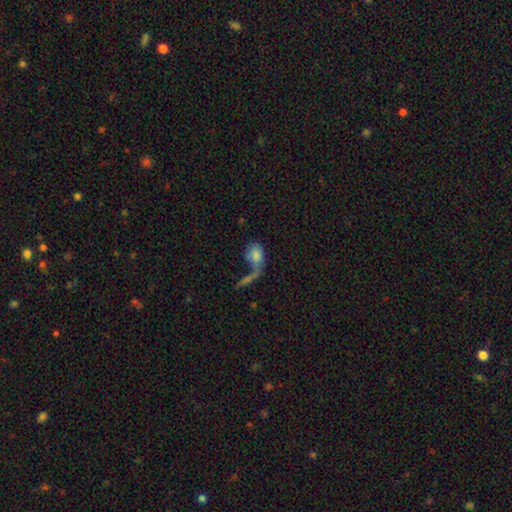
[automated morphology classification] smooth_or_featured: smooth (p=0.75) [alt: featured or disk p=0.16]
how_rounded: in between (p=0.78) [alt: round p=0.18]
merging: merger (p=0.37) [alt: none p=0.29]